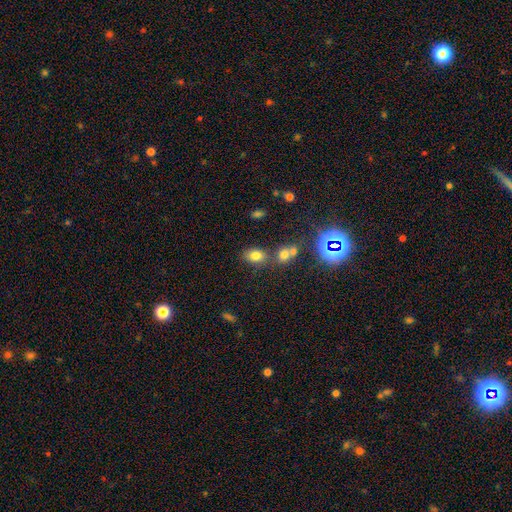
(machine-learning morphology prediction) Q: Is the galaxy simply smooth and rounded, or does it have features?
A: smooth — 76%.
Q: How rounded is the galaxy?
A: in between — 75%.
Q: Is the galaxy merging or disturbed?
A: none — 67%.